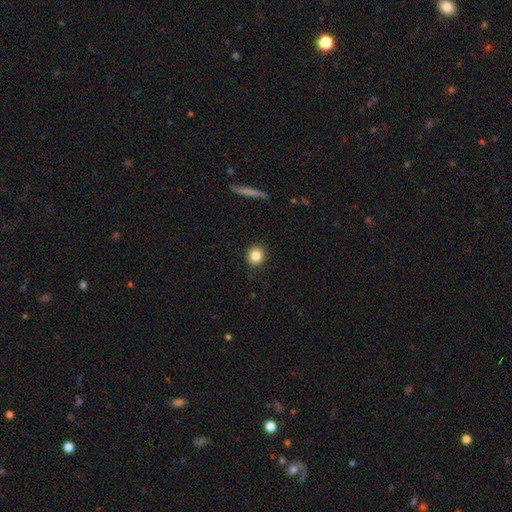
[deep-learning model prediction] This is clearly a smooth galaxy (83%). How rounded: clearly round (89%). Merging: clearly none (91%).